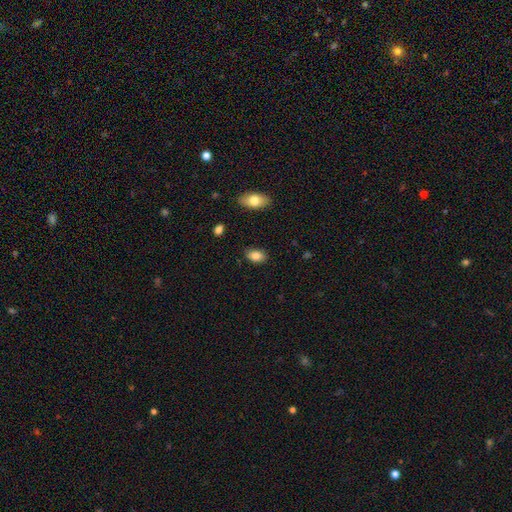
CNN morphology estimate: type=smooth (85%); roundness=in between (89%); merging=none (85%).